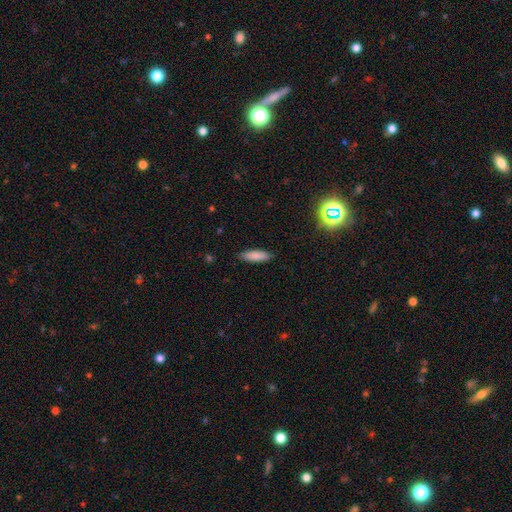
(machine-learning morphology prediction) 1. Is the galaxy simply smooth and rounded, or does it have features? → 86% smooth, 7% star or artifact, 7% featured or disk.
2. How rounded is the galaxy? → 50% cigar-shaped, 48% in between, 2% round.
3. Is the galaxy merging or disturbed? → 87% none, 10% minor disturbance, 2% major disturbance, 1% merger.